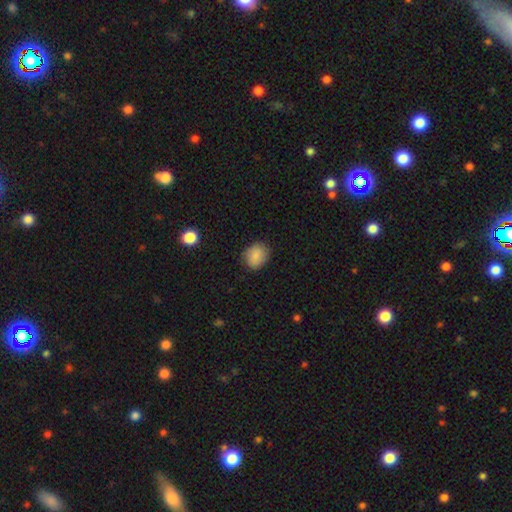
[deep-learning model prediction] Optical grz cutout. It shows a smooth galaxy with no disk features (86%) that is round (61%). Merging: none (83%).